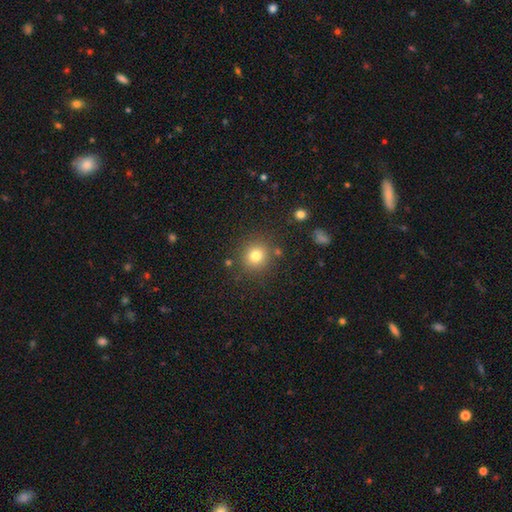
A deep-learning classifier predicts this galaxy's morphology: This is likely a smooth galaxy (79%). How rounded: clearly round (90%). Merging: clearly none (84%).